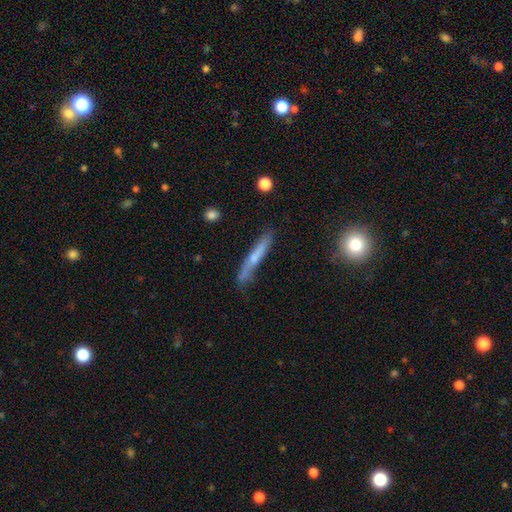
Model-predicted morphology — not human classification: Overall: smooth (52%; featured or disk 41%). How rounded: cigar-shaped (94%). Merging: none (72%).